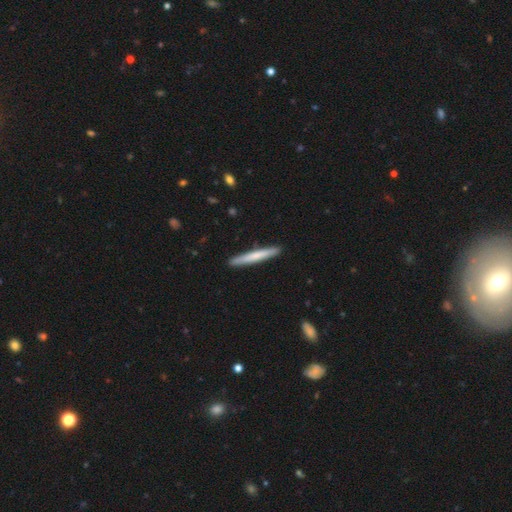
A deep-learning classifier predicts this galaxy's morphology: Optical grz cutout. It shows a smooth galaxy with no disk features (66%) that is cigar-shaped (97%). Merging: none (91%).